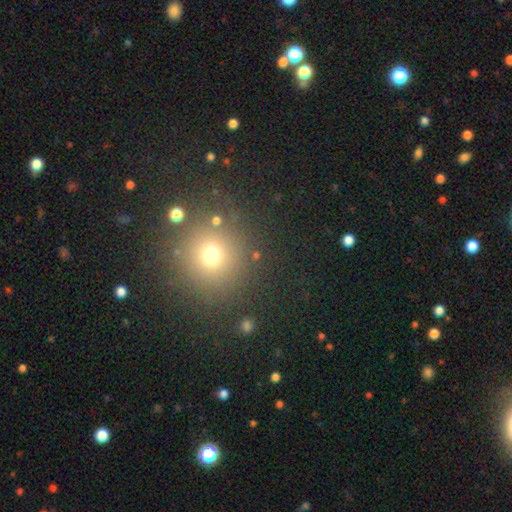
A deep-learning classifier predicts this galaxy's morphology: Smooth or featured? Predicted: smooth (p=0.66). How rounded? Predicted: round (p=0.92). Merging? Predicted: none (p=0.85).